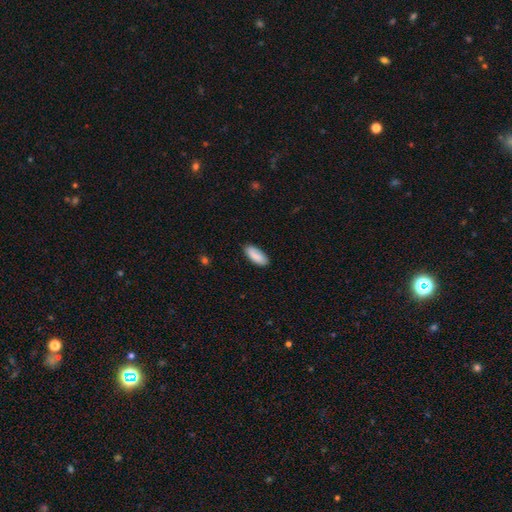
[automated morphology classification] Smooth or featured? Predicted: smooth (p=0.87). How rounded? Predicted: in between (p=0.85). Merging? Predicted: none (p=0.83).